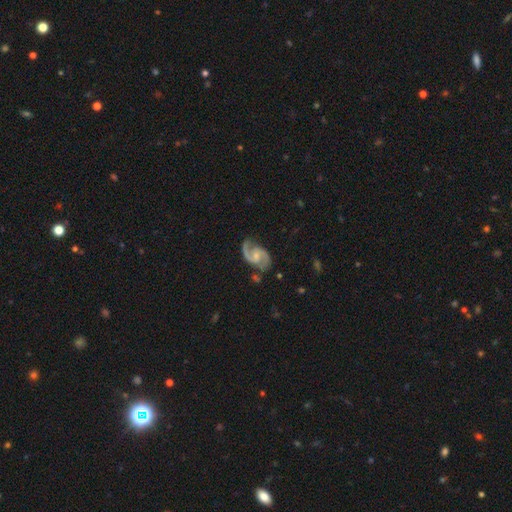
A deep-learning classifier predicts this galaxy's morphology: The model was most divided on "bar": weak: 46%, no: 41%, strong: 12%. More confident: edge-on disk — no (98%); spiral arms — yes (98%); spiral arm count — 2 (94%); smooth or featured — featured or disk (92%); merging — none (75%); spiral winding — medium (61%); bulge size — small (55%).